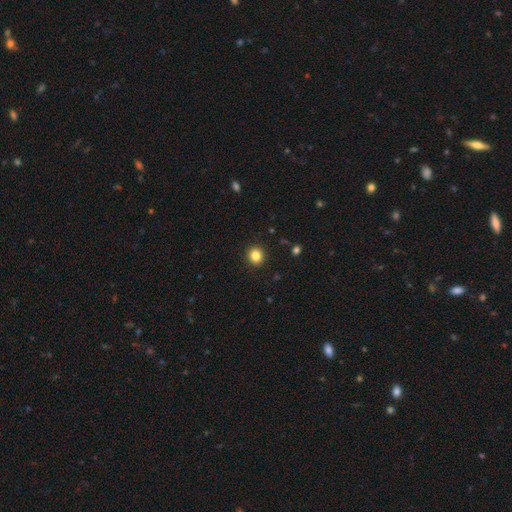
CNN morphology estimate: This is clearly a smooth galaxy (84%). How rounded: clearly round (81%). Merging: clearly none (92%).